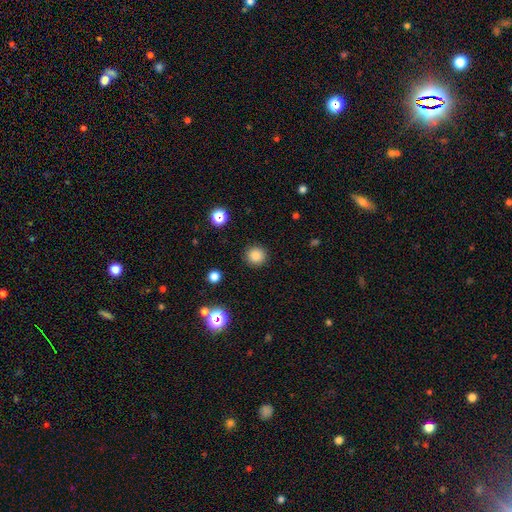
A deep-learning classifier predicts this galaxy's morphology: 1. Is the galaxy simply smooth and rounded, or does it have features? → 84% smooth, 12% star or artifact, 4% featured or disk.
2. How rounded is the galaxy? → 94% round, 5% in between, 1% cigar-shaped.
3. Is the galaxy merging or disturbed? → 91% none, 6% minor disturbance, 2% major disturbance, 1% merger.